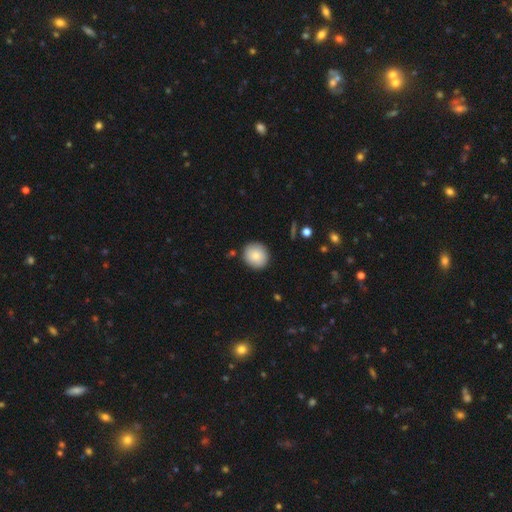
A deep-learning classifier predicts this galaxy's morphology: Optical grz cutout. It shows a smooth galaxy with no disk features (84%) that is round (90%). Merging: none (89%).